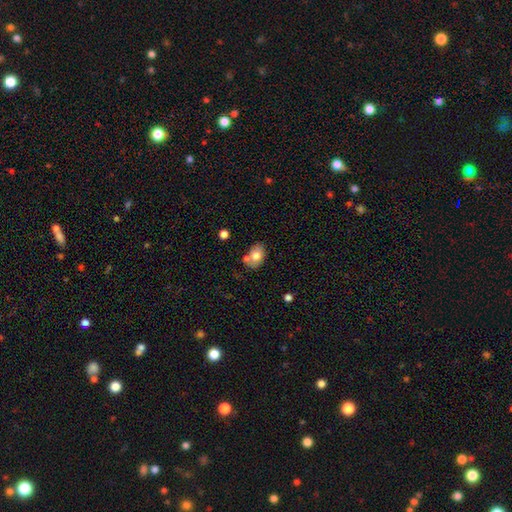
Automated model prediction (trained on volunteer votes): Overall: smooth (74%). How rounded: in between (79%). Merging: none (62%).